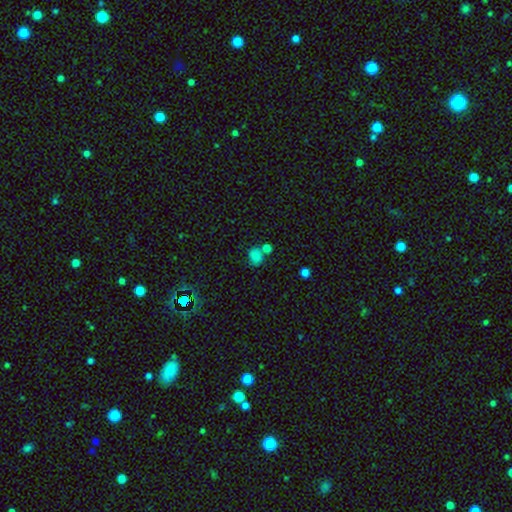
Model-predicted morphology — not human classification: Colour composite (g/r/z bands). It shows a smooth galaxy with no disk features (77%) that is round (55%). Merging: none (52%).